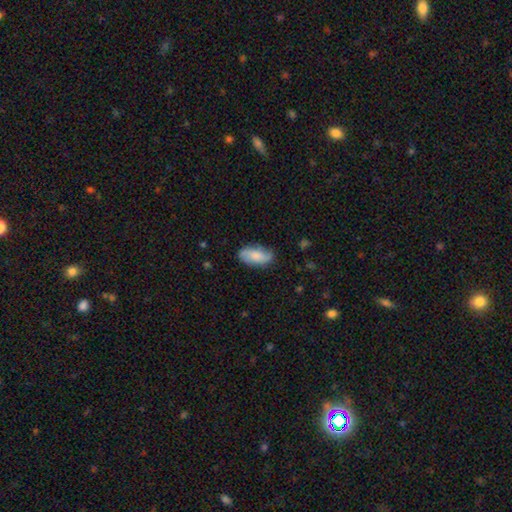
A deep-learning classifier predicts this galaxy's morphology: Smooth or featured? Predicted: smooth (p=0.60). How rounded? Predicted: in between (p=0.90). Merging? Predicted: none (p=0.75).